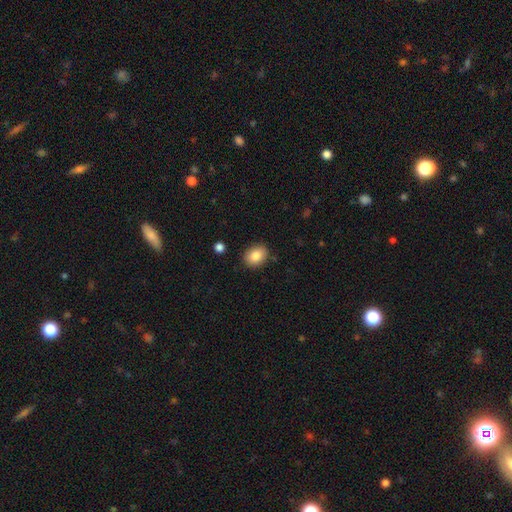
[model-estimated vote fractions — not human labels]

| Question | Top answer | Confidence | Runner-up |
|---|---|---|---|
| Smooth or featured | smooth | 85% | star or artifact (8%) |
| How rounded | in between | 58% | round (41%) |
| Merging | none | 86% | minor disturbance (10%) |